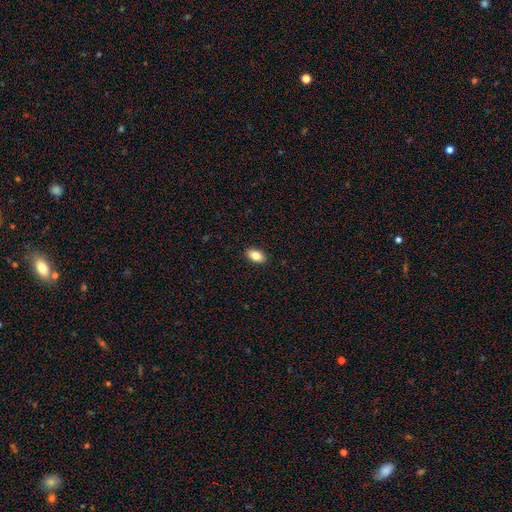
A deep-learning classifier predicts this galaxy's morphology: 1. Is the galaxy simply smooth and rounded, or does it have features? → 84% smooth, 8% featured or disk, 8% star or artifact.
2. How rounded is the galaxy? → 92% in between, 6% round, 3% cigar-shaped.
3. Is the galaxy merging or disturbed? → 90% none, 7% minor disturbance, 2% major disturbance, 1% merger.